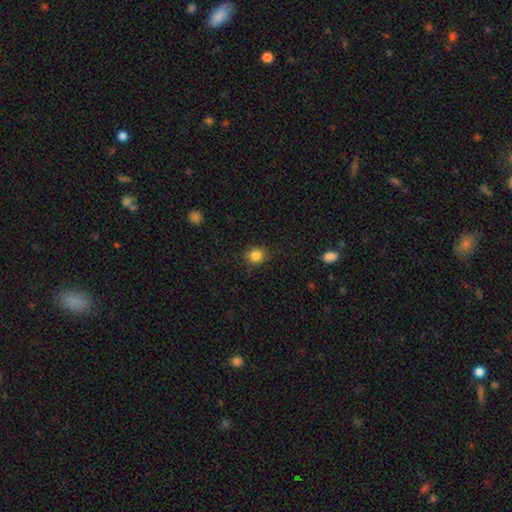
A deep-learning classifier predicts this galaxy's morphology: The model was most divided on "how rounded": round: 76%, in between: 23%, cigar-shaped: 1%. More confident: merging — none (87%); smooth or featured — smooth (84%).